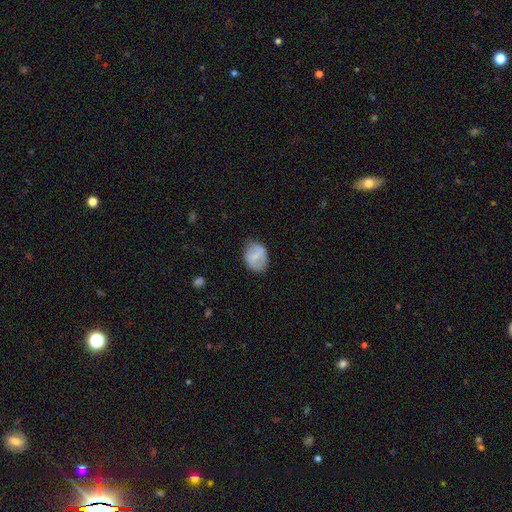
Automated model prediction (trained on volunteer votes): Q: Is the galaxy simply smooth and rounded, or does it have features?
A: smooth — 66%.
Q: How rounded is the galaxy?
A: in between — 60%.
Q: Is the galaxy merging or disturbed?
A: none — 72%.